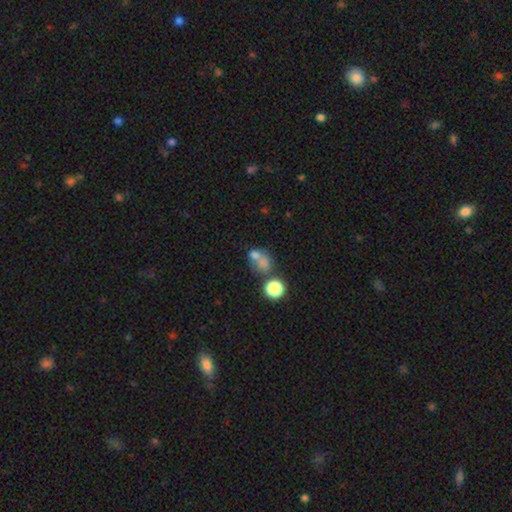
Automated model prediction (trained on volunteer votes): smooth-or-featured: smooth: 68% | featured or disk: 17% | star or artifact: 15%
  how-rounded: round: 59% | in between: 39% | cigar-shaped: 1%
  merging: merger: 52% | none: 31% | minor disturbance: 10% | major disturbance: 7%